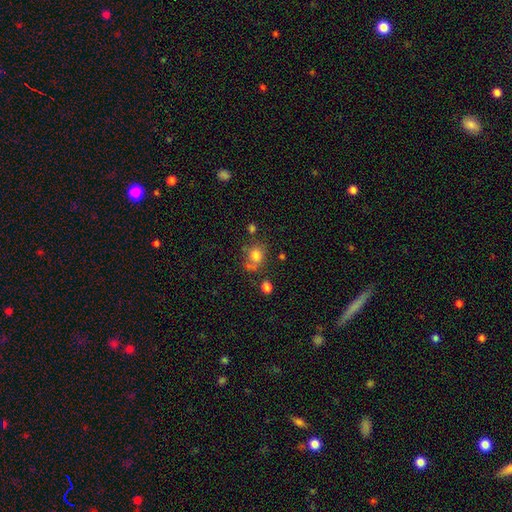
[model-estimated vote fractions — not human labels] Overall: smooth (78%). How rounded: round (72%). Merging: none (58%; minor disturbance 18%).